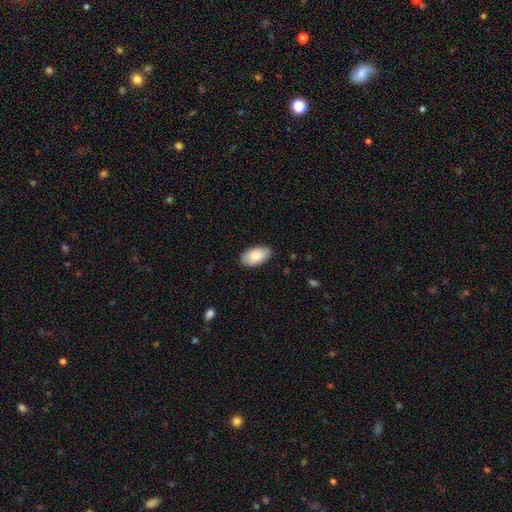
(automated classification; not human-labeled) Overall: smooth (86%). How rounded: in between (95%). Merging: none (86%).